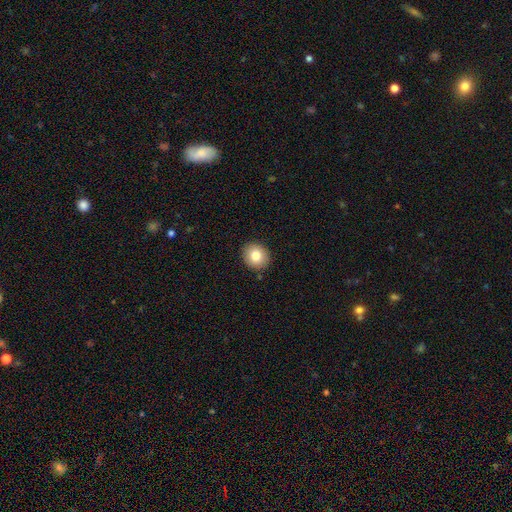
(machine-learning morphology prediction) Smooth or featured? Predicted: smooth (p=0.81). How rounded? Predicted: round (p=0.76). Merging? Predicted: none (p=0.90).